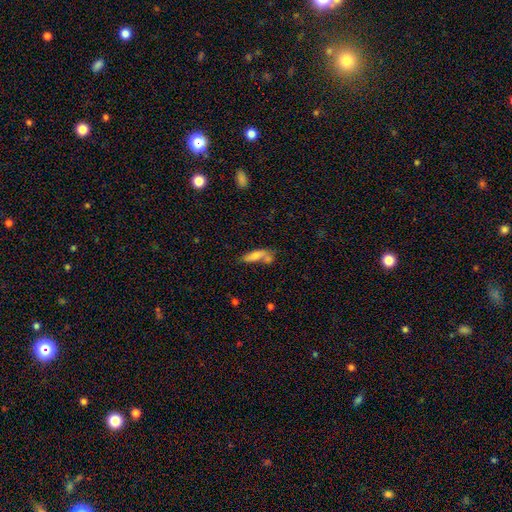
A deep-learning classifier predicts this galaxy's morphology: Smooth or featured: smooth — 70% (featured or disk — 21%)
How rounded: cigar-shaped — 50% (in between — 46%)
Merging: none — 37% (merger — 35%)